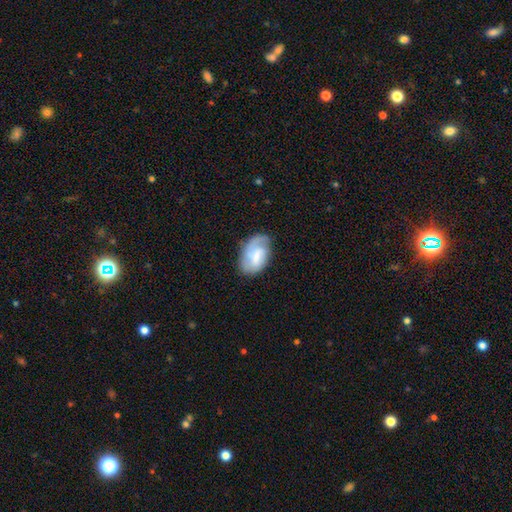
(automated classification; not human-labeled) This appears to be a featured or disk galaxy (50%). Merging: none (57%).